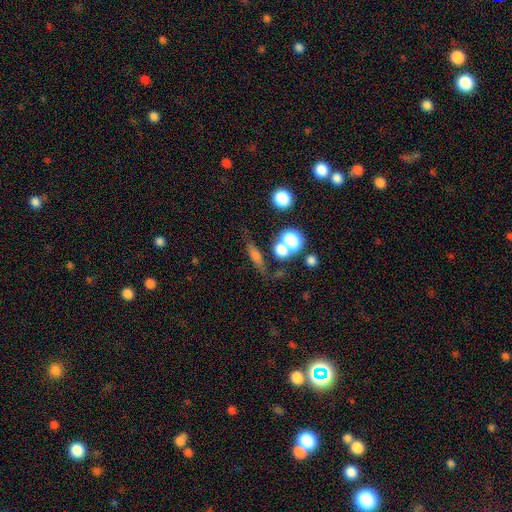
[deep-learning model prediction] smooth_or_featured: smooth (p=0.55) [alt: featured or disk p=0.29]
how_rounded: cigar-shaped (p=0.48) [alt: in between p=0.27]
merging: none (p=0.66) [alt: merger p=0.14]